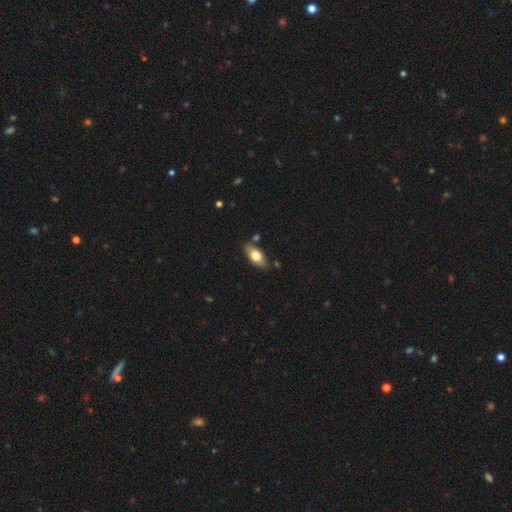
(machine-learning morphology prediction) Smooth or featured? smooth (64%)
How rounded? in between (83%)
Merging? none (82%)